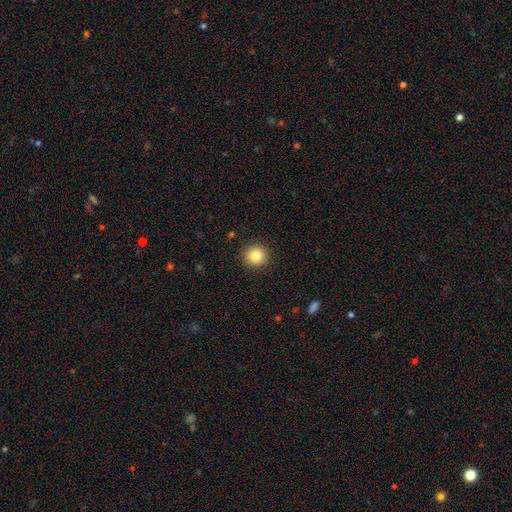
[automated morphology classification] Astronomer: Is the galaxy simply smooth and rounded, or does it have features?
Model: smooth — 84%.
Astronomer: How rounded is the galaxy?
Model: round — 93%.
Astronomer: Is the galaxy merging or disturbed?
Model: none — 92%.